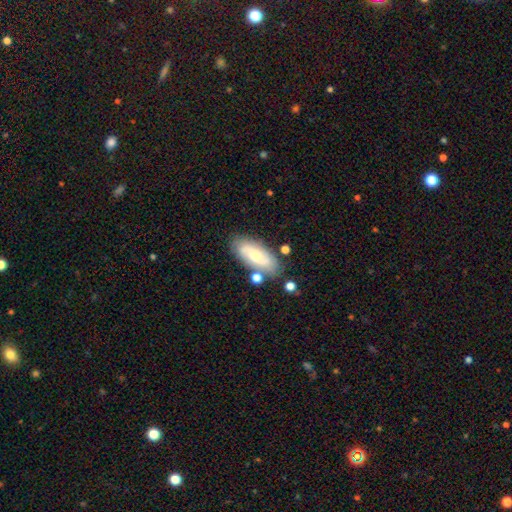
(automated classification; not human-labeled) Morphology: type=featured or disk (52%); edge-on=no (87%); merging=none (73%).